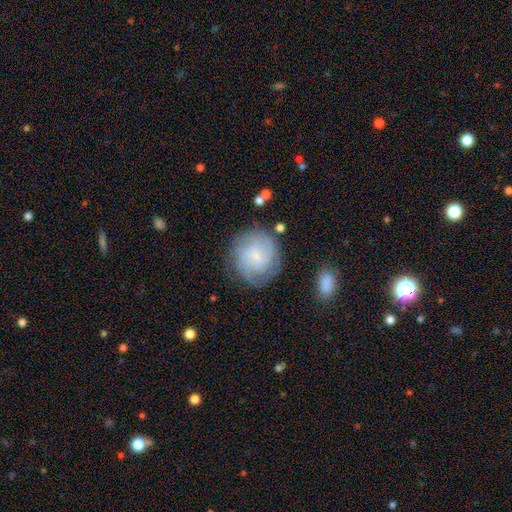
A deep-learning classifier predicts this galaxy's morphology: type=featured or disk (64%); edge-on=no (98%); bar=no (54%); spiral arms=yes (91%); winding=tight (61%); arm count=can't tell (43%); bulge=small (72%); merging=none (77%).